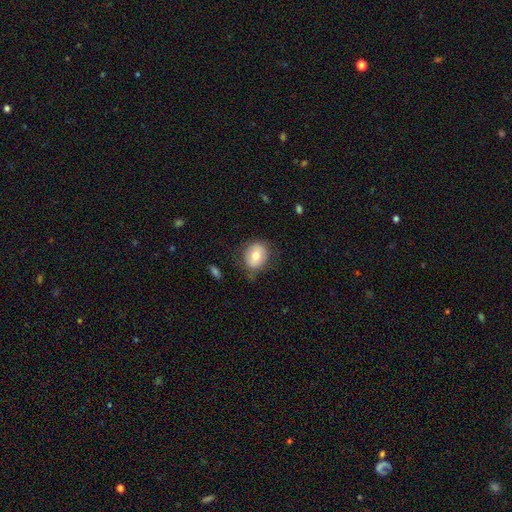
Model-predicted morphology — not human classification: smooth 72%, featured or disk 20%, star or artifact 8%. Down the decision tree: how rounded — round (59%); merging — none (72%).